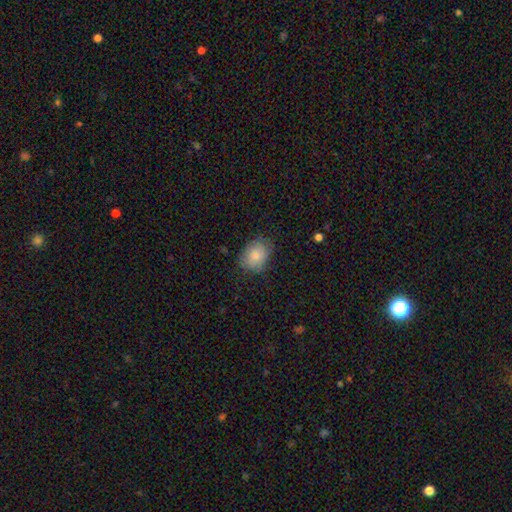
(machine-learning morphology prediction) smooth_or_featured: smooth (p=0.82) [alt: featured or disk p=0.11]
how_rounded: in between (p=0.65) [alt: round p=0.34]
merging: none (p=0.68) [alt: minor disturbance p=0.24]